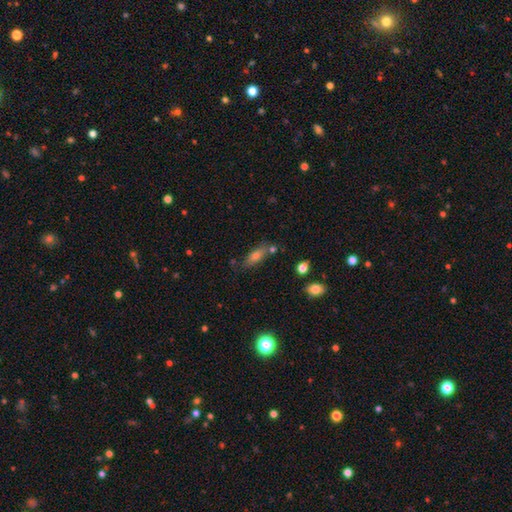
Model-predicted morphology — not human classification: This is likely a smooth galaxy (66%). How rounded: likely in between (62%). Merging: likely none (70%).